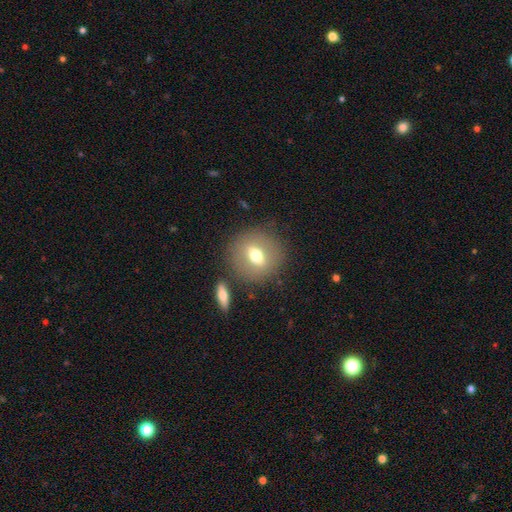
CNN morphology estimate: Smooth or featured? smooth (61%)
How rounded? round (72%)
Merging? none (81%)